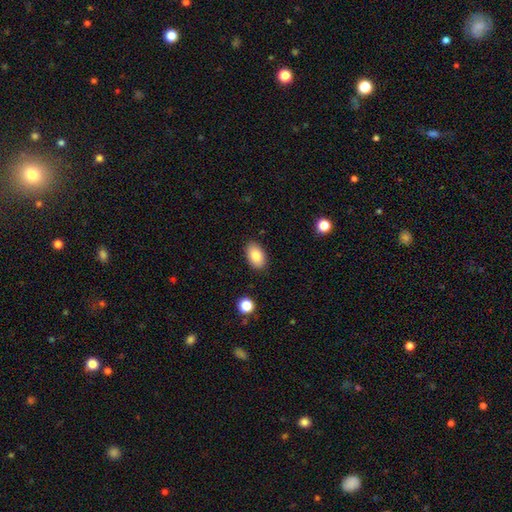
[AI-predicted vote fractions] Overall: smooth (86%). How rounded: in between (92%). Merging: none (87%).